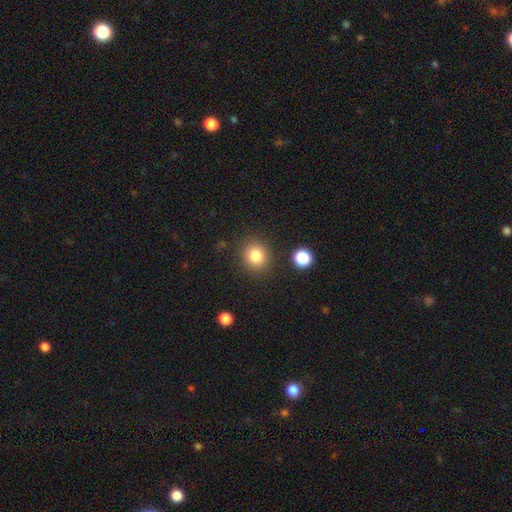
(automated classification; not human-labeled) This appears to be a smooth galaxy with no disk features (82%) that is round (83%). Merging: none (86%).